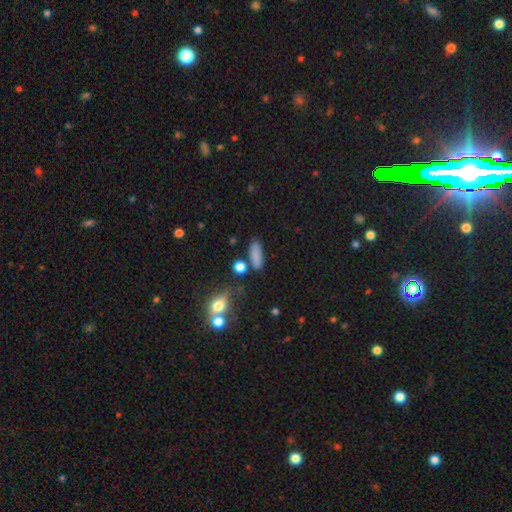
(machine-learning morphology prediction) This is clearly a smooth galaxy (82%). How rounded: likely in between (60%). Merging: likely none (75%).